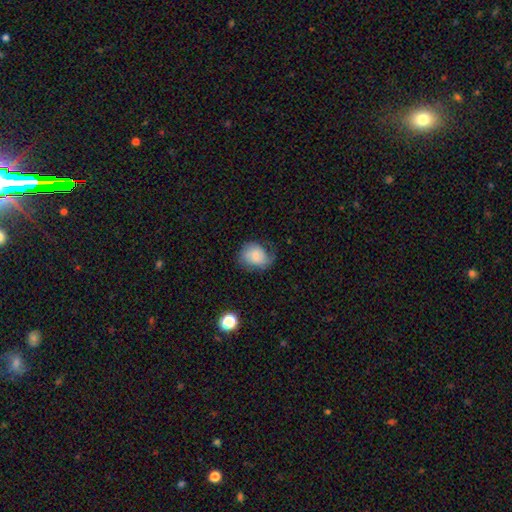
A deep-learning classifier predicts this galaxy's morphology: smooth_or_featured: smooth (p=0.68) [alt: featured or disk p=0.23]
how_rounded: in between (p=0.51) [alt: round p=0.48]
merging: none (p=0.47) [alt: minor disturbance p=0.33]